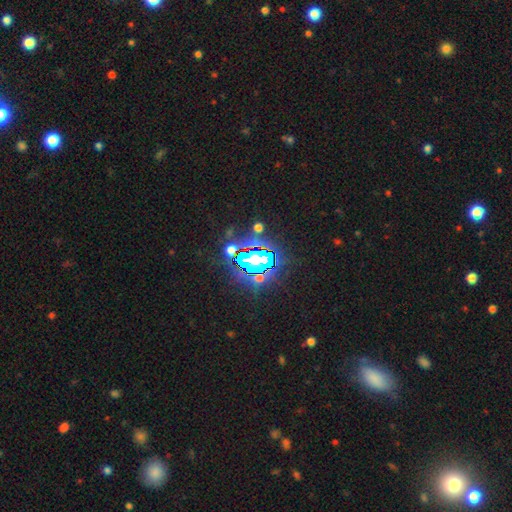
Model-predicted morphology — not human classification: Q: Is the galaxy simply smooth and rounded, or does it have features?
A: star or artifact — 84%.